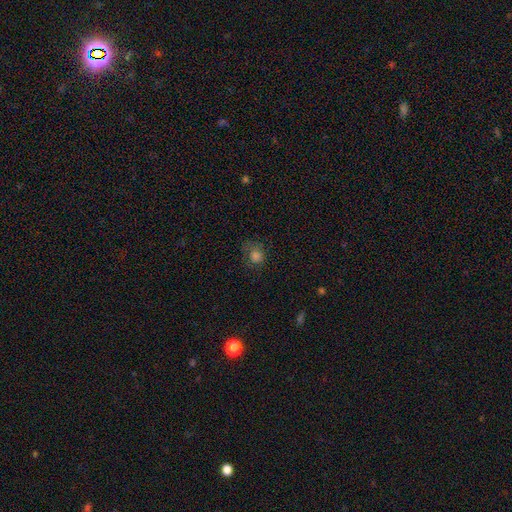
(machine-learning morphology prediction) Smooth or featured? smooth (71%)
How rounded? round (77%)
Merging? none (57%)